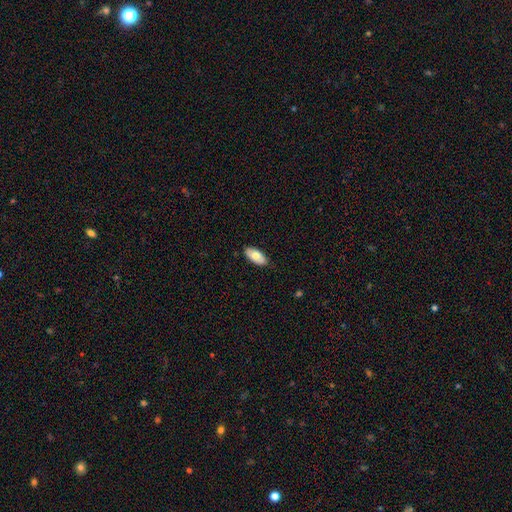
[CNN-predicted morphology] smooth-or-featured: smooth: 70% | featured or disk: 24% | star or artifact: 6%
  how-rounded: in between: 92% | cigar-shaped: 5% | round: 2%
  merging: none: 87% | minor disturbance: 10% | major disturbance: 2% | merger: 1%